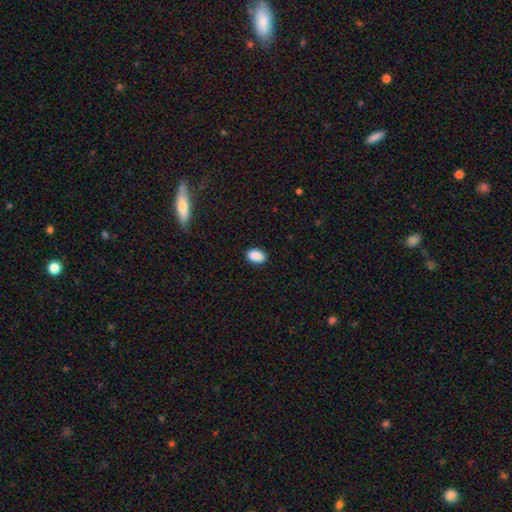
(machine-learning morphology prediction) Smooth or featured? smooth (90%)
How rounded? in between (89%)
Merging? none (88%)